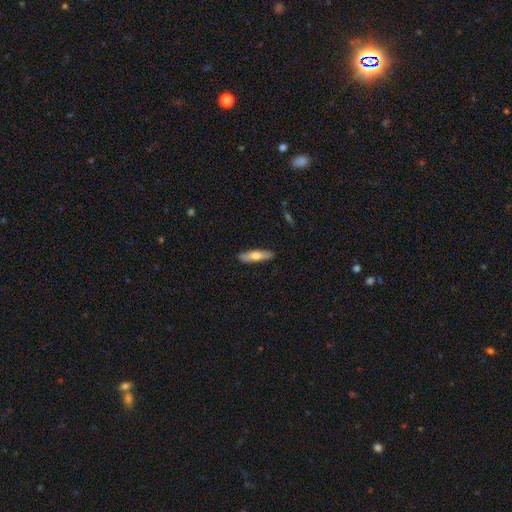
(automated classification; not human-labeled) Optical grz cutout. It shows a smooth galaxy with no disk features (65%) that is cigar-shaped (68%). Merging: none (87%).